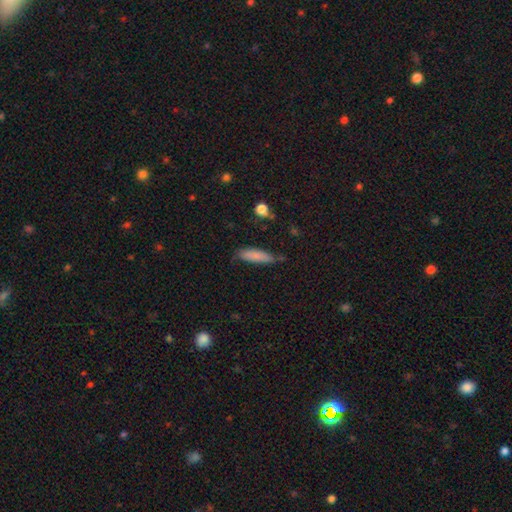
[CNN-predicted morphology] This is clearly a smooth galaxy (81%). How rounded: likely cigar-shaped (65%). Merging: likely none (68%).